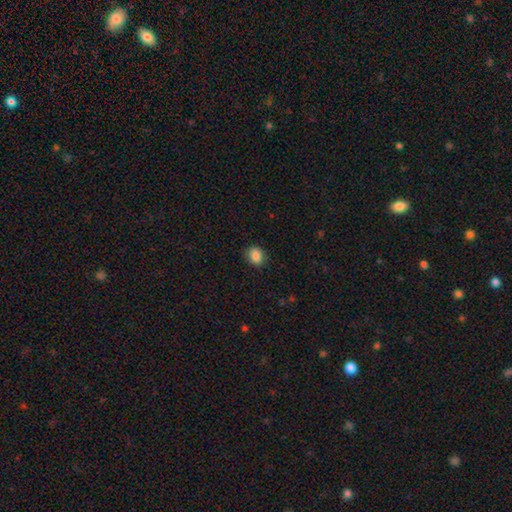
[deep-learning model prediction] Q: Smooth or featured?
A: smooth (86%); runner-up: star or artifact (9%)
Q: How rounded?
A: round (54%); runner-up: in between (45%)
Q: Merging?
A: none (85%); runner-up: minor disturbance (12%)